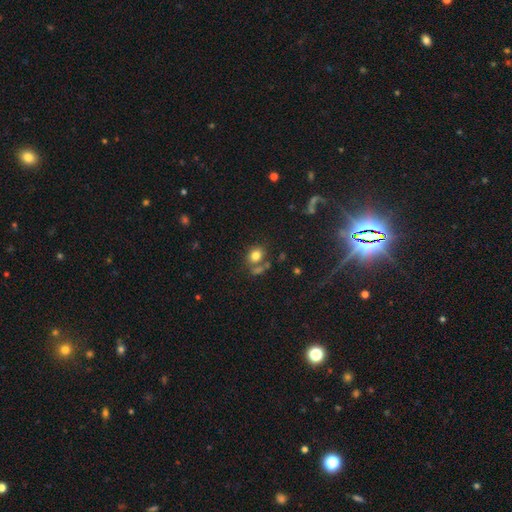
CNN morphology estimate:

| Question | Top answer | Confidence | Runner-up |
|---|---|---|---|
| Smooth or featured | smooth | 78% | star or artifact (12%) |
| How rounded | round | 50% | in between (49%) |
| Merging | none | 57% | merger (23%) |